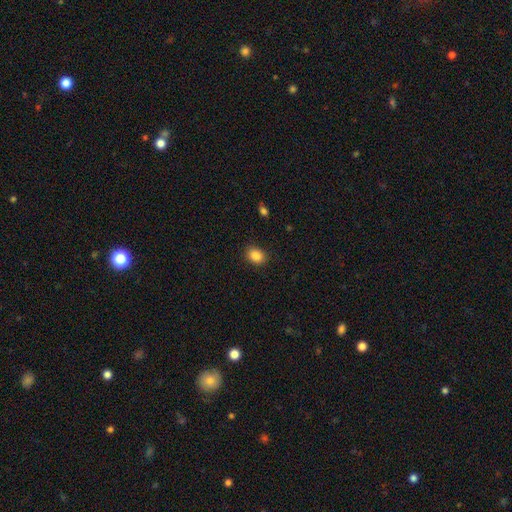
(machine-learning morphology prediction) Overall: smooth (87%). How rounded: in between (58%; round 41%). Merging: none (88%).